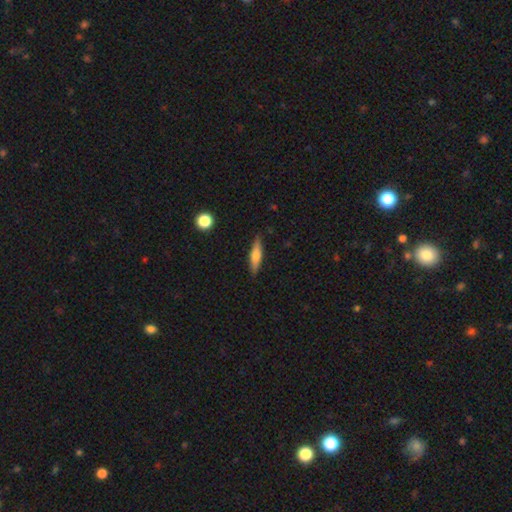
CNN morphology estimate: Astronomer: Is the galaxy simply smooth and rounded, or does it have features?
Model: smooth — 57% (runner-up: featured or disk, 36%).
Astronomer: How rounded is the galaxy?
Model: cigar-shaped — 70%.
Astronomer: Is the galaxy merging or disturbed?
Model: none — 86%.